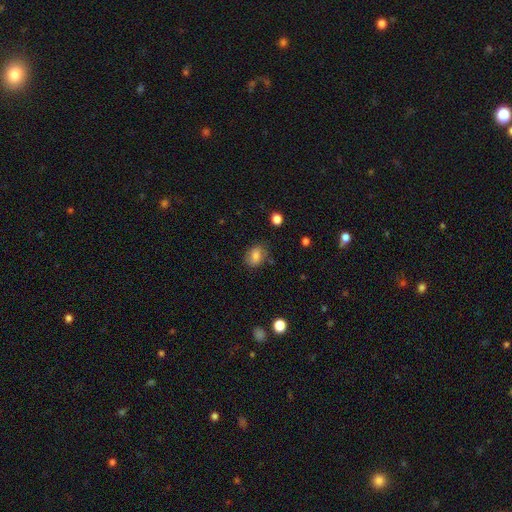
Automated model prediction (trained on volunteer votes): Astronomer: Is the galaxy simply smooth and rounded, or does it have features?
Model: smooth — 78%.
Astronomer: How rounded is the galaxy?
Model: in between — 64%.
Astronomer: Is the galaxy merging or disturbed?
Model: none — 75%.